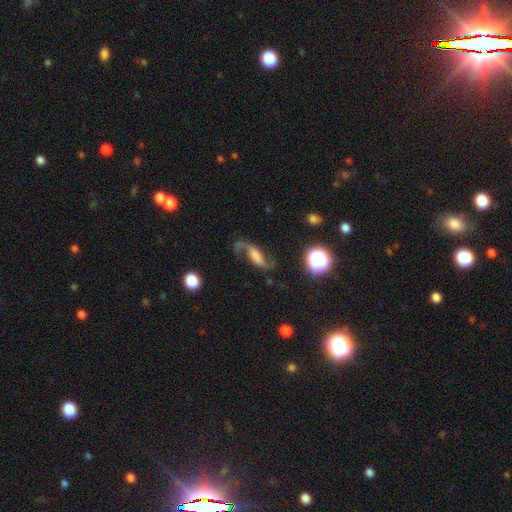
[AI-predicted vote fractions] Smooth or featured? featured or disk (75%)
Edge-on disk? no (92%)
Bar? weak (39%)
Spiral arms? yes (95%)
Spiral winding? loose (83%)
Spiral arm count? 2 (90%)
Bulge size? none (27%)
Merging? none (63%)